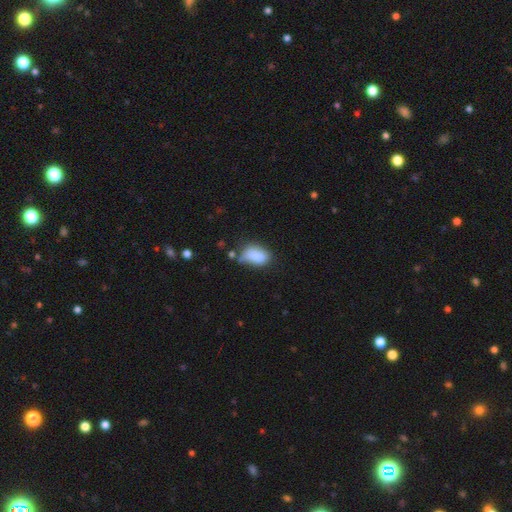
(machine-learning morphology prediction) Overall: smooth (82%). How rounded: in between (89%). Merging: none (42%; minor disturbance 34%).